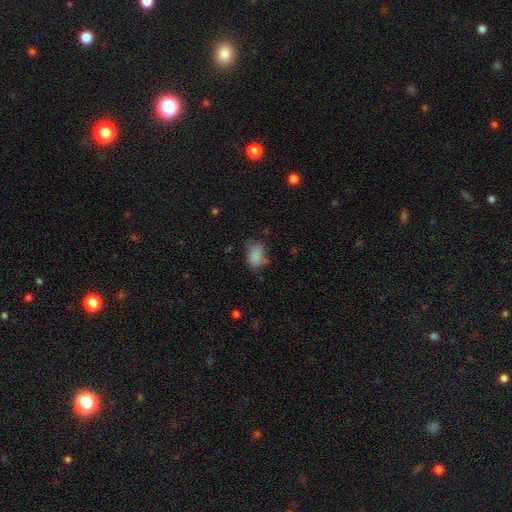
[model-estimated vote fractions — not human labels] This is clearly a smooth galaxy (83%). How rounded: likely in between (74%). Merging: possibly none (56%).